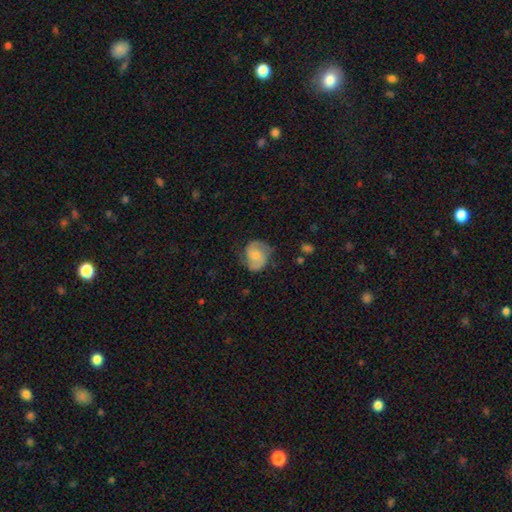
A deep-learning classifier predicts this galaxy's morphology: The model was most divided on "bulge size": small: 49%, moderate: 39%, none: 8%, large: 3%, dominant: 1%. Remaining: edge-on disk — no (98%); spiral arms — yes (90%); spiral arm count — 2 (86%); merging — none (68%); smooth or featured — featured or disk (61%); bar — no (58%); spiral winding — medium (48%).